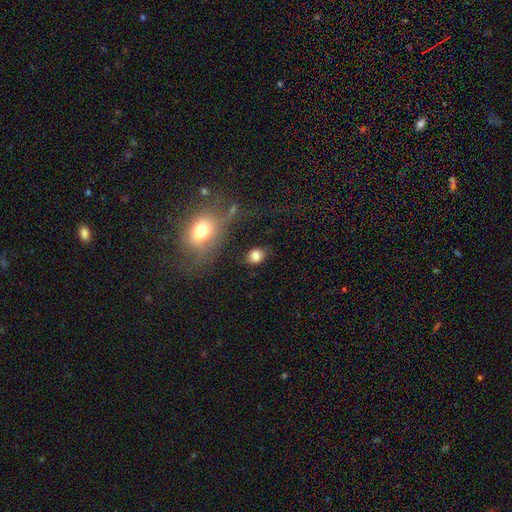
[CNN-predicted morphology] Q: Smooth or featured?
A: smooth (80%); runner-up: star or artifact (11%)
Q: How rounded?
A: in between (50%); runner-up: round (48%)
Q: Merging?
A: none (72%); runner-up: minor disturbance (15%)